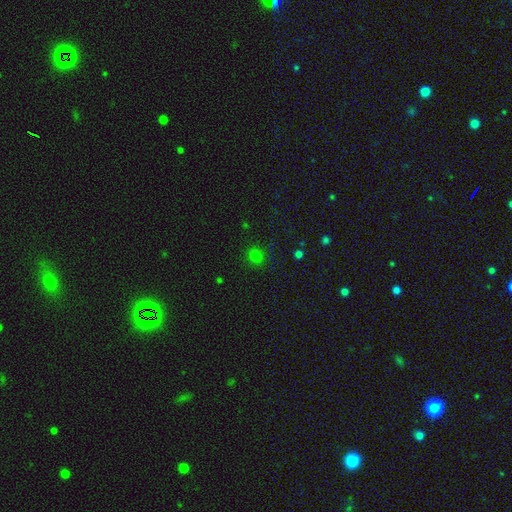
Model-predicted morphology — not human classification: Q: Smooth or featured?
A: smooth (76%); runner-up: star or artifact (20%)
Q: How rounded?
A: round (83%); runner-up: in between (16%)
Q: Merging?
A: none (88%); runner-up: minor disturbance (8%)